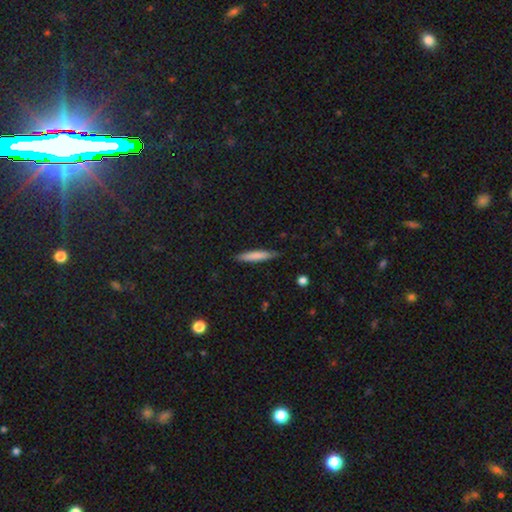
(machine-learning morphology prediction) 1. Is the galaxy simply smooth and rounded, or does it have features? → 76% smooth, 18% featured or disk, 6% star or artifact.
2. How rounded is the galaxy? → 90% cigar-shaped, 9% in between, 1% round.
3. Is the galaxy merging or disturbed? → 84% none, 13% minor disturbance, 2% major disturbance, 1% merger.